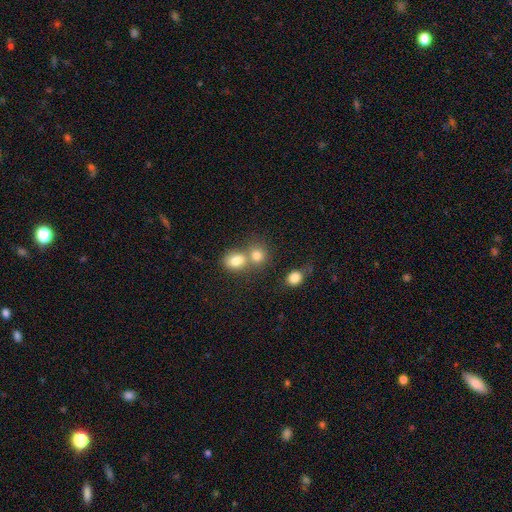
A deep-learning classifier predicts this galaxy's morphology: A smooth galaxy with no disk features (74%) that is round (69%).

Vote fractions:
- Smooth or featured? smooth: 74% / star or artifact: 14% / featured or disk: 12%
- How rounded? round: 69% / in between: 30% / cigar-shaped: 1%
- Merging? merger: 55% / none: 35% / minor disturbance: 7% / major disturbance: 3%